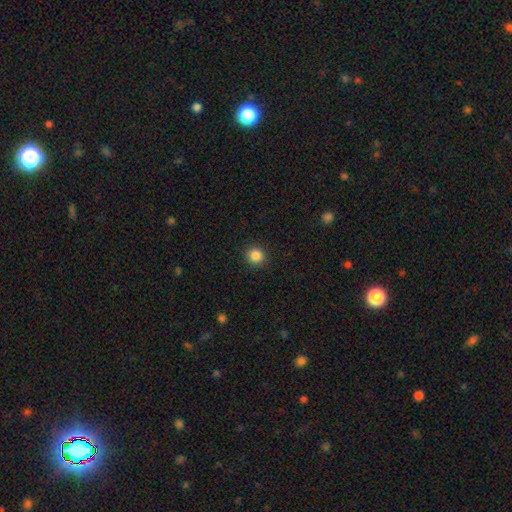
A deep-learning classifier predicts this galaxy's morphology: smooth_or_featured: smooth (p=0.86) [alt: star or artifact p=0.11]
how_rounded: round (p=0.90) [alt: in between p=0.09]
merging: none (p=0.92) [alt: minor disturbance p=0.05]